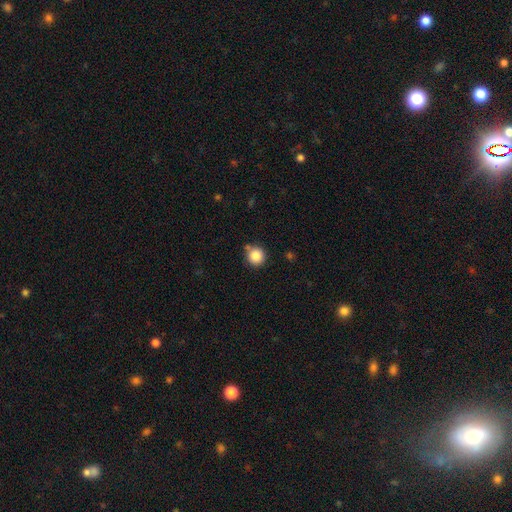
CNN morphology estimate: This is clearly a smooth galaxy (86%). How rounded: clearly round (94%). Merging: likely none (79%).